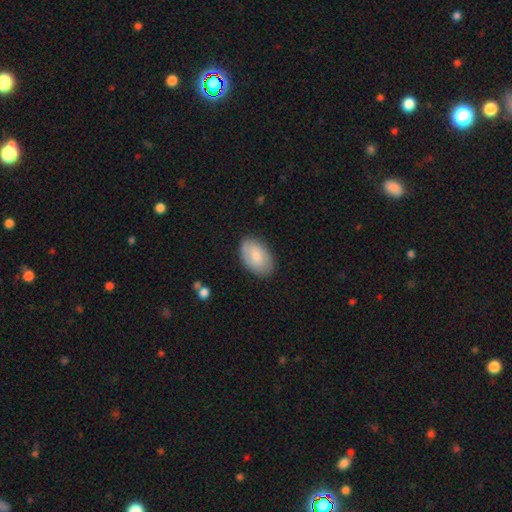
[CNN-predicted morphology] smooth_or_featured: smooth (p=0.74) [alt: featured or disk p=0.21]
how_rounded: in between (p=0.93) [alt: round p=0.06]
merging: none (p=0.83) [alt: minor disturbance p=0.13]